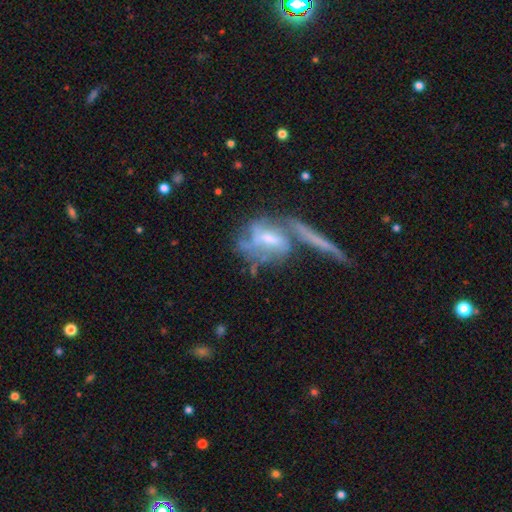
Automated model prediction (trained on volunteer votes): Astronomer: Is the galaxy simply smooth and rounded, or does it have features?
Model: featured or disk — 67%.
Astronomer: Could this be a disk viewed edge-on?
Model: no — 87%.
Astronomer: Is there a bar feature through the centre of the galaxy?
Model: no — 42% (runner-up: weak, 40%).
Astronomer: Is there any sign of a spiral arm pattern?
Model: yes — 62% (runner-up: no, 38%).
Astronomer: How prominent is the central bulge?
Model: moderate — 45% (runner-up: small, 33%).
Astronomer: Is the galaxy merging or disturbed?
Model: none — 32%, tied with merger at 32%.